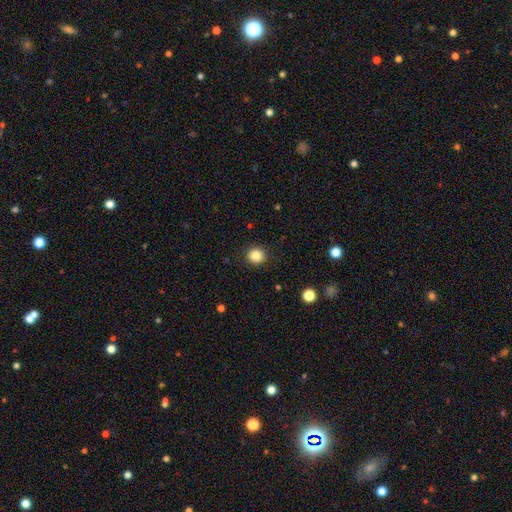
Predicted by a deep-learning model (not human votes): A smooth galaxy with no disk features (85%) that is round (91%).

Vote fractions:
- Smooth or featured? smooth: 85% / star or artifact: 11% / featured or disk: 5%
- How rounded? round: 91% / in between: 8% / cigar-shaped: 1%
- Merging? none: 92% / minor disturbance: 5% / major disturbance: 2% / merger: 1%